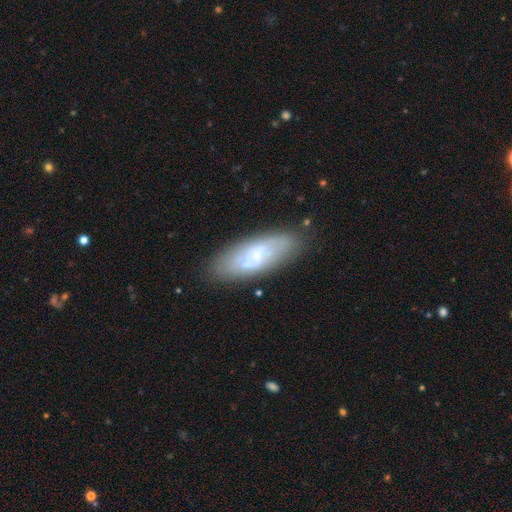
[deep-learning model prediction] Smooth or featured? Predicted: featured or disk (p=0.48). Merging? Predicted: none (p=0.76).